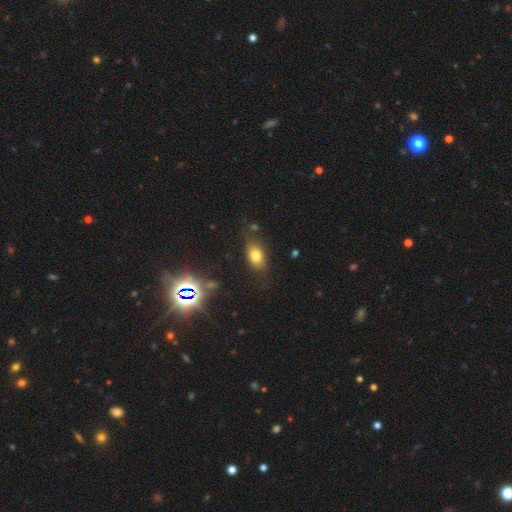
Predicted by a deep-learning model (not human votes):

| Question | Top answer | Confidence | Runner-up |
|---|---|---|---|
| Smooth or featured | smooth | 74% | star or artifact (13%) |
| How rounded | in between | 84% | round (13%) |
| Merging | none | 76% | minor disturbance (16%) |